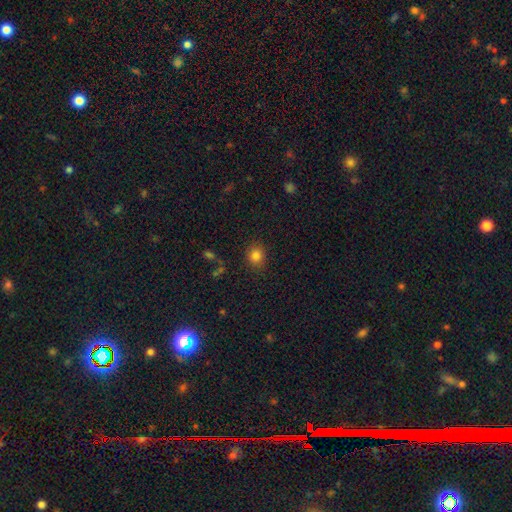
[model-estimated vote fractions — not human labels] This is clearly a smooth galaxy (82%). How rounded: likely round (76%). Merging: clearly none (85%).